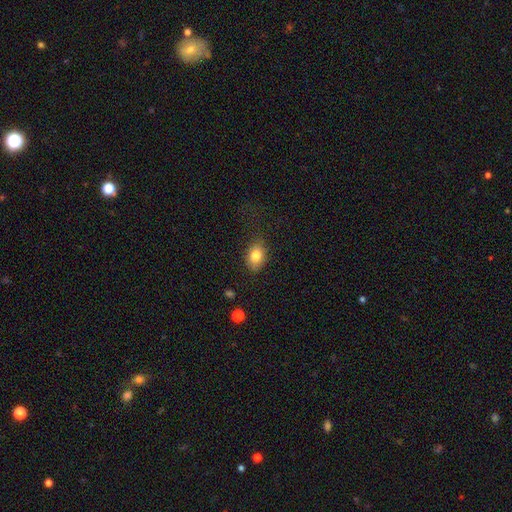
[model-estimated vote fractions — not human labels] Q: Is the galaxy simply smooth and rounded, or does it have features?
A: smooth — 81%.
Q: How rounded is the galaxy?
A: in between — 77%.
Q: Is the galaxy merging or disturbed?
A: none — 75%.